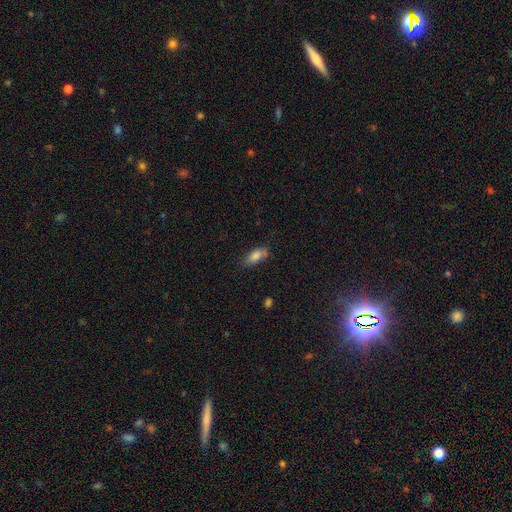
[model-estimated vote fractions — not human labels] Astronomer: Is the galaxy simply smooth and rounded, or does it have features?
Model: smooth — 80%.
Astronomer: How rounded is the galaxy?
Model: in between — 80%.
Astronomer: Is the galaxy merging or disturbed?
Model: none — 69%.